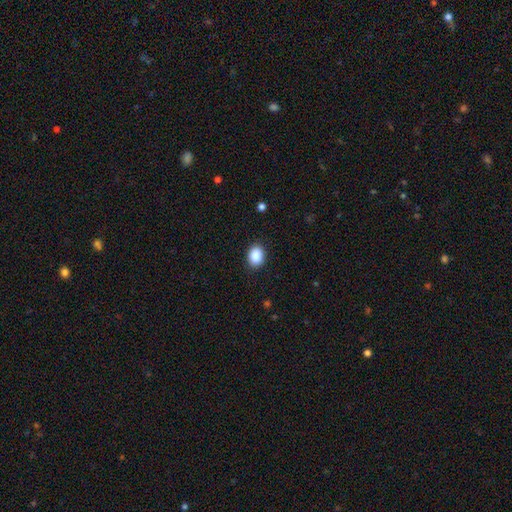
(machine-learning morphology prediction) Smooth or featured: smooth — 90% (star or artifact — 8%)
How rounded: in between — 62% (round — 37%)
Merging: none — 89% (minor disturbance — 8%)